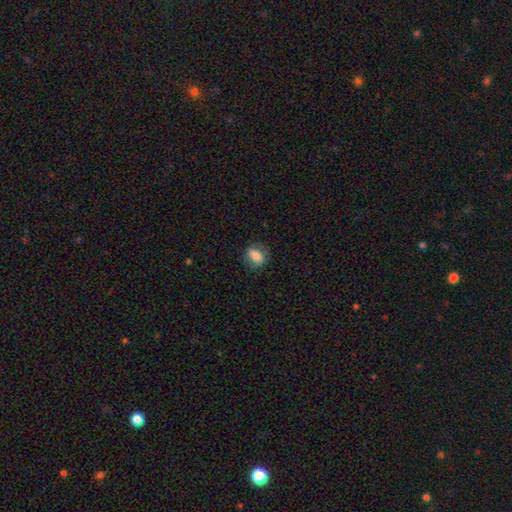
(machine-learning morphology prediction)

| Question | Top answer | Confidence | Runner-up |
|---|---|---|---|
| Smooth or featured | smooth | 80% | featured or disk (12%) |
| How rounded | in between | 69% | round (28%) |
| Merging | none | 73% | minor disturbance (19%) |